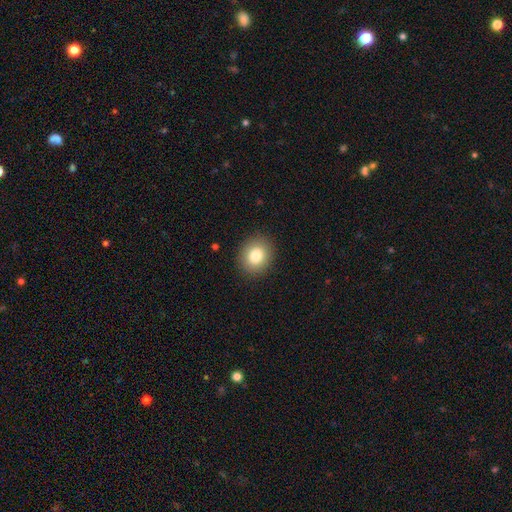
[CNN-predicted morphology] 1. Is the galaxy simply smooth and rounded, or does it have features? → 81% smooth, 10% star or artifact, 9% featured or disk.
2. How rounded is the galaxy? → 70% round, 29% in between, 1% cigar-shaped.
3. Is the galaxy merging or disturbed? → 90% none, 7% minor disturbance, 2% major disturbance, 1% merger.